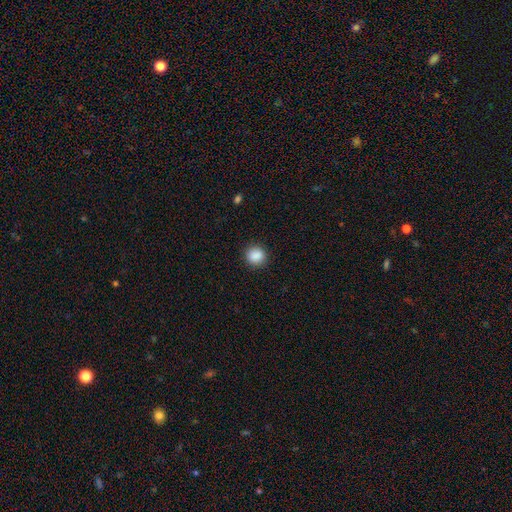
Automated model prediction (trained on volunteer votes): Smooth or featured? Predicted: smooth (p=0.88). How rounded? Predicted: round (p=0.86). Merging? Predicted: none (p=0.90).